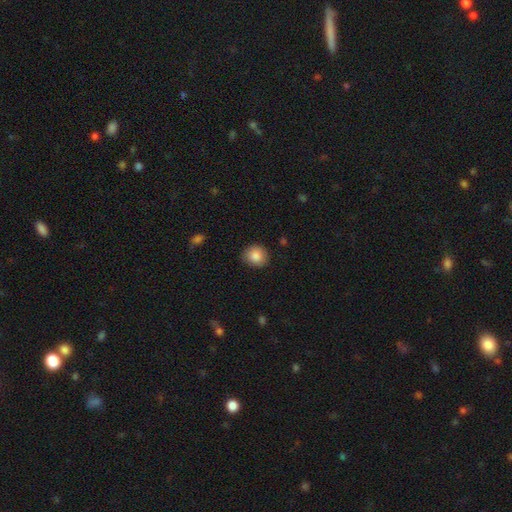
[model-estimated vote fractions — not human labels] Q: Smooth or featured?
A: smooth (86%); runner-up: star or artifact (8%)
Q: How rounded?
A: round (80%); runner-up: in between (20%)
Q: Merging?
A: none (85%); runner-up: minor disturbance (11%)